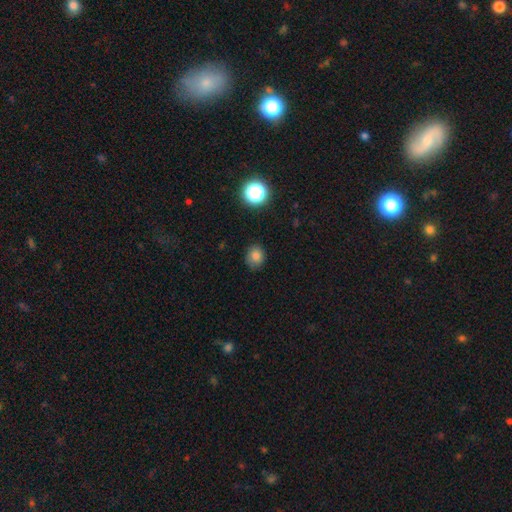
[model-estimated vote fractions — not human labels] Morphology: type=smooth (80%); roundness=round (67%); merging=none (82%).